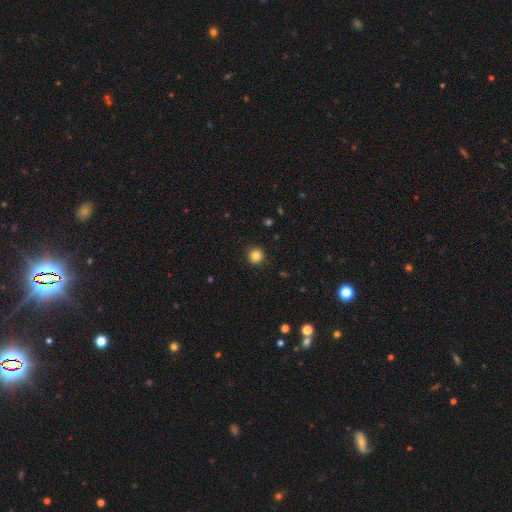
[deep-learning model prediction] A smooth galaxy with no disk features (84%) that is round (95%). Merging: none (92%).